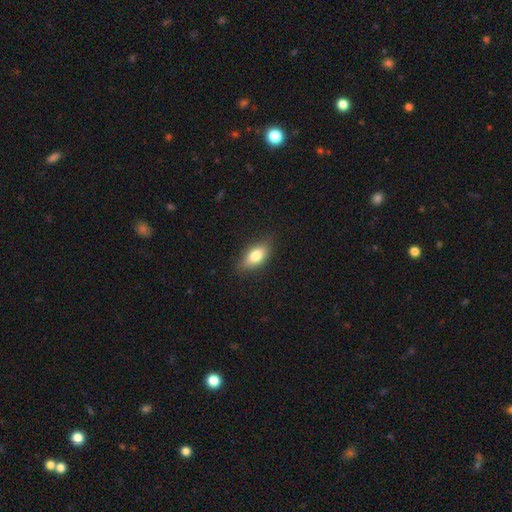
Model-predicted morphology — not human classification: A smooth galaxy with no disk features (77%) that is in between round and cigar-shaped (85%). Merging: none (82%).